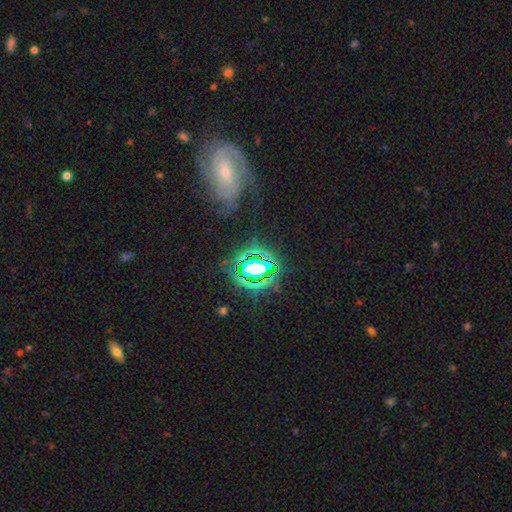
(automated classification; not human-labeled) smooth_or_featured: star or artifact (p=0.45) [alt: featured or disk p=0.36]